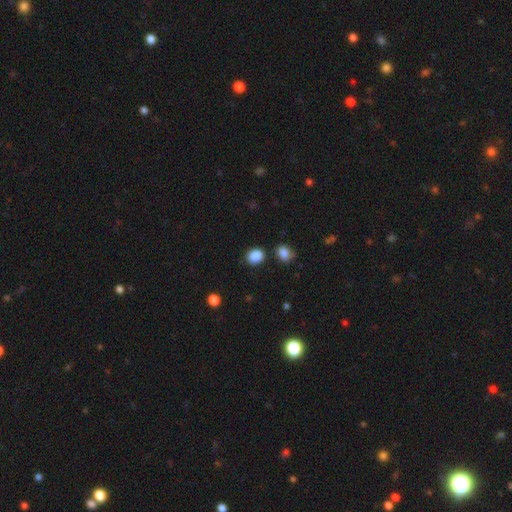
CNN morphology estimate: This appears to be a smooth galaxy with no disk features (87%) that is round (53%). Merging: none (79%).